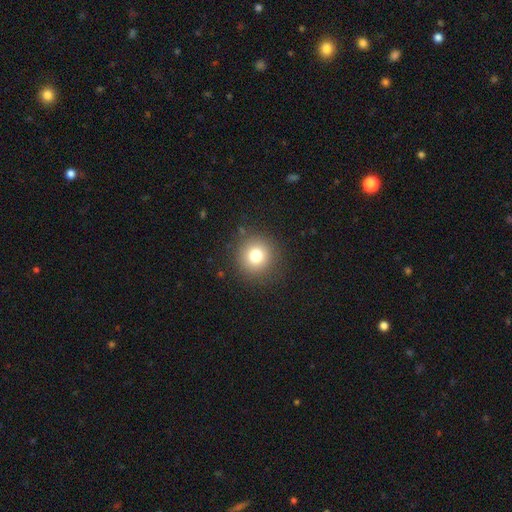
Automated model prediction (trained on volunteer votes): This appears to be a smooth galaxy with no disk features (78%) that is round (94%). Merging: none (88%).